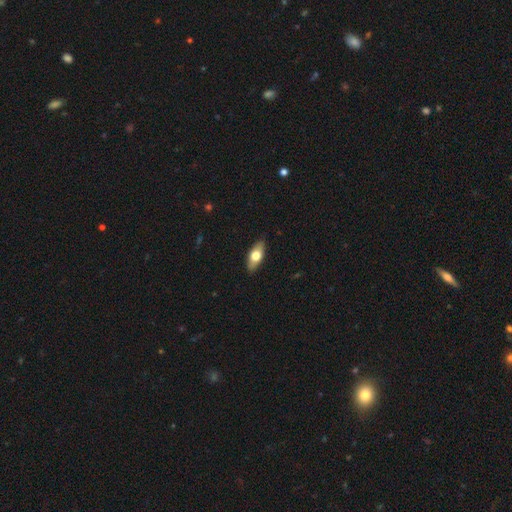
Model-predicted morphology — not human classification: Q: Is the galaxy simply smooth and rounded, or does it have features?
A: smooth — 62%.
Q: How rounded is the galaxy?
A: in between — 80%.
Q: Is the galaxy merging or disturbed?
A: none — 87%.